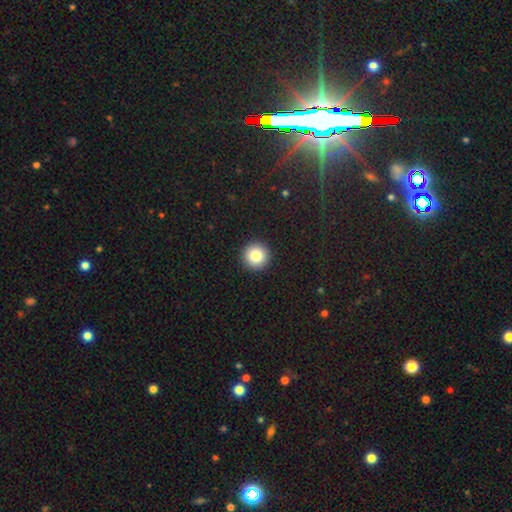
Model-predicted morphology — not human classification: smooth 84%, star or artifact 10%, featured or disk 6%. Down the decision tree: how rounded — round (96%); merging — none (93%).